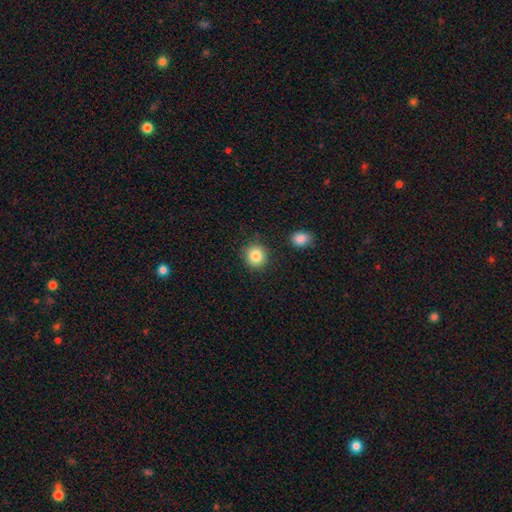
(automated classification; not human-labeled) Q: Smooth or featured?
A: smooth (85%); runner-up: star or artifact (9%)
Q: How rounded?
A: round (90%); runner-up: in between (9%)
Q: Merging?
A: none (87%); runner-up: minor disturbance (8%)